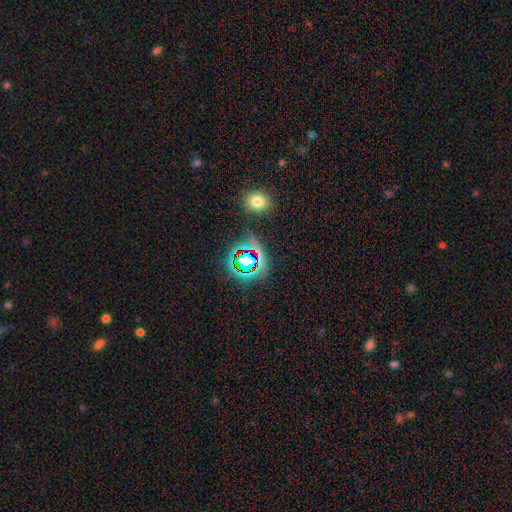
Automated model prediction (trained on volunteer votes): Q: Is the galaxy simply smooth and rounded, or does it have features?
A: star or artifact — 69%.